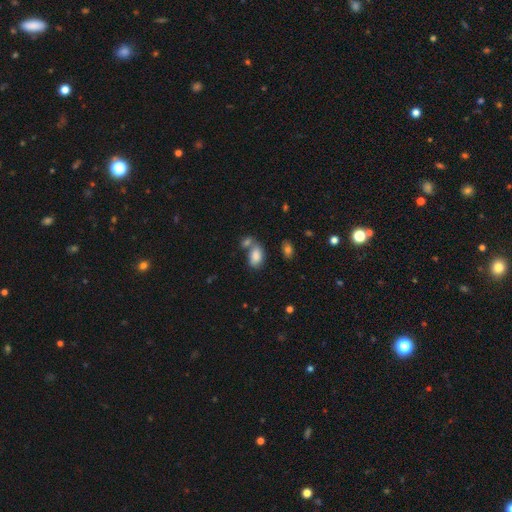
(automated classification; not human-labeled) Smooth or featured? smooth (84%)
How rounded? in between (91%)
Merging? none (45%)